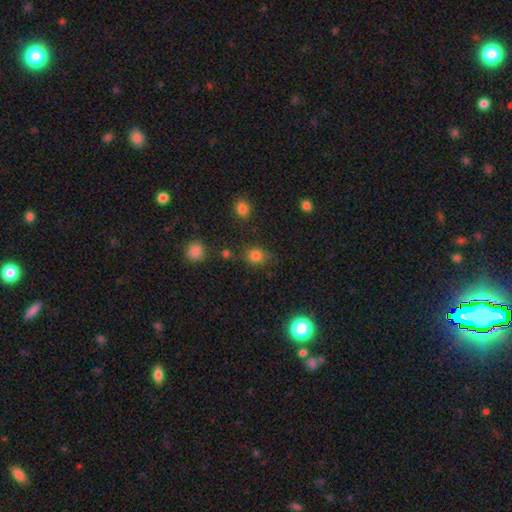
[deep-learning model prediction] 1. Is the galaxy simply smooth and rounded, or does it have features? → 80% smooth, 13% star or artifact, 6% featured or disk.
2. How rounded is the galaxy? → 66% round, 33% in between, 1% cigar-shaped.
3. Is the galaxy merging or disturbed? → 74% none, 16% minor disturbance, 5% major disturbance, 4% merger.